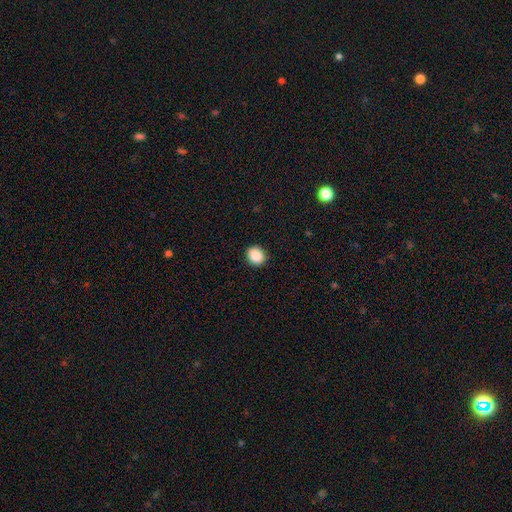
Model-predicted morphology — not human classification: The model was most divided on "how rounded": round: 78%, in between: 21%, cigar-shaped: 1%. More confident: merging — none (90%); smooth or featured — smooth (88%).